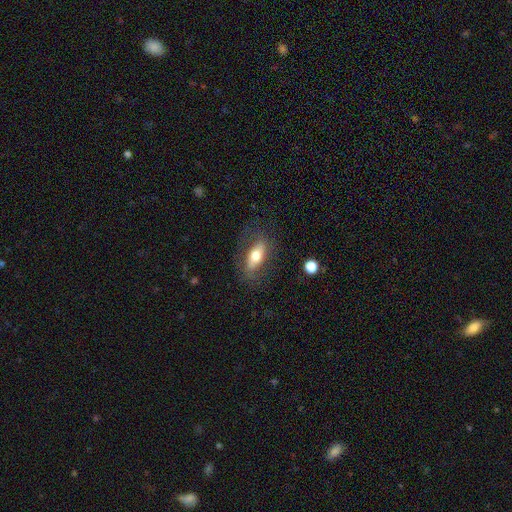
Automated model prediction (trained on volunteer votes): Smooth or featured: smooth — 62% (featured or disk — 31%)
How rounded: in between — 73% (cigar-shaped — 23%)
Merging: none — 75% (minor disturbance — 16%)